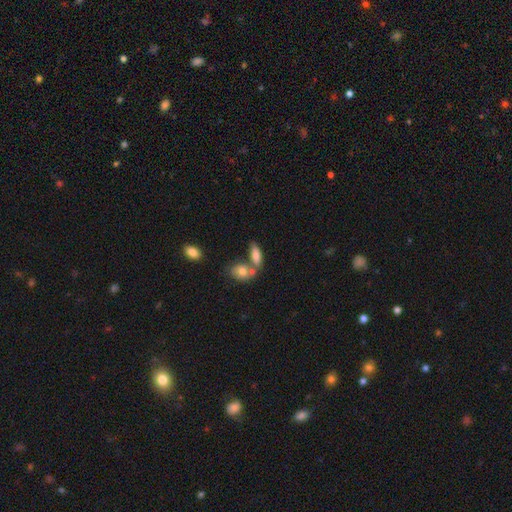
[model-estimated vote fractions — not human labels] A smooth galaxy with no disk features (76%) that is in between round and cigar-shaped (76%). Merging: none (44%).